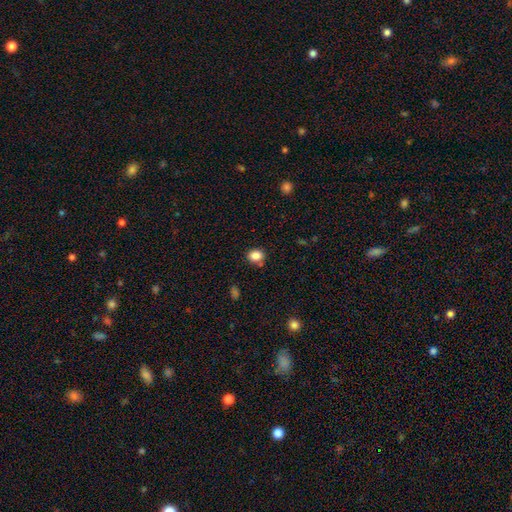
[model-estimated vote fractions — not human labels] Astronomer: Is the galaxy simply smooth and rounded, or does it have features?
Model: smooth — 85%.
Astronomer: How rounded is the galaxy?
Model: round — 58% (runner-up: in between, 41%).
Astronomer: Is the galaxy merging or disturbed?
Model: none — 78%.